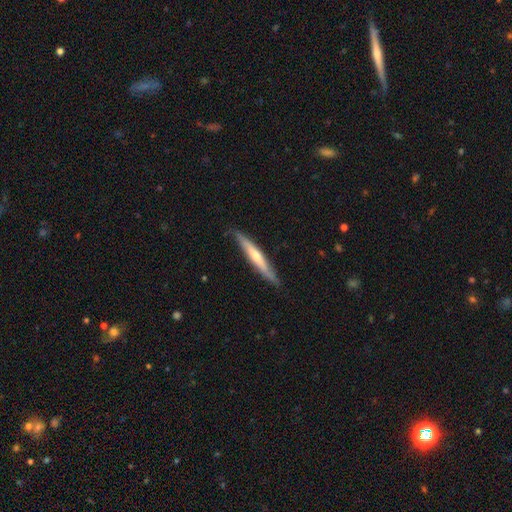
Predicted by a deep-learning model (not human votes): Q: Smooth or featured?
A: featured or disk (57%); runner-up: smooth (37%)
Q: Edge-on disk?
A: yes (92%); runner-up: no (8%)
Q: Edge-on bulge?
A: rounded (62%); runner-up: none (31%)
Q: Merging?
A: none (86%); runner-up: minor disturbance (11%)